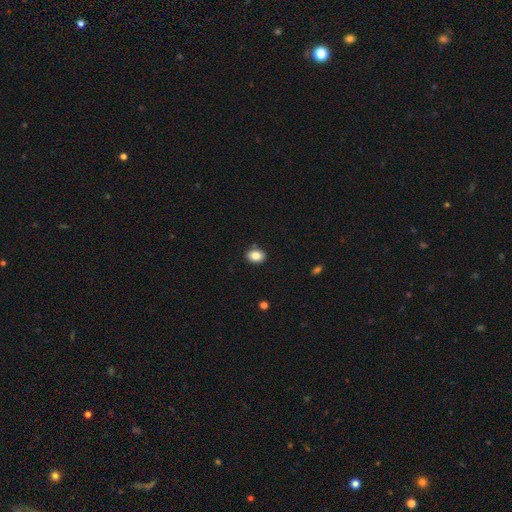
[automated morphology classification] The model was most divided on "how rounded": in between: 64%, round: 35%, cigar-shaped: 1%. More confident: merging — none (86%); smooth or featured — smooth (84%).